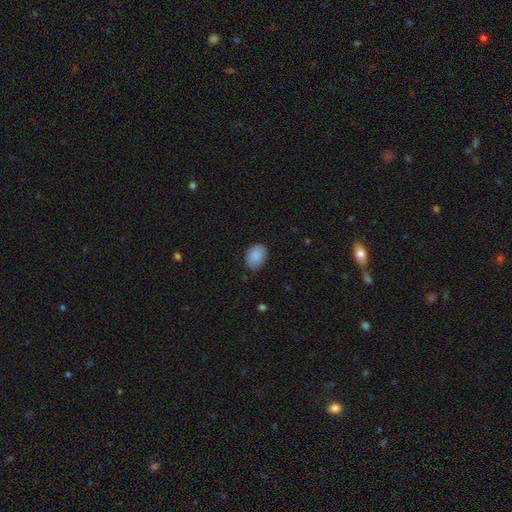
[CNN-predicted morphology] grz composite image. It shows a smooth galaxy with no disk features (89%) that is in between round and cigar-shaped (69%). Merging: none (81%).